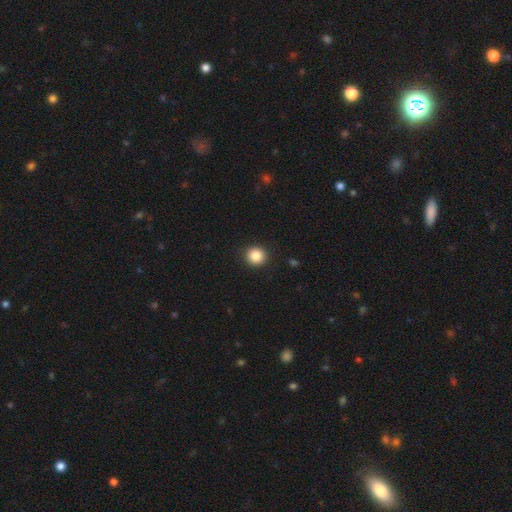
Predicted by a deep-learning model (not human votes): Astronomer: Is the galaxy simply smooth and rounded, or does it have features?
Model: smooth — 86%.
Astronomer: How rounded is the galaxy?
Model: round — 92%.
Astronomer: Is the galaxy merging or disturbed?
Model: none — 92%.